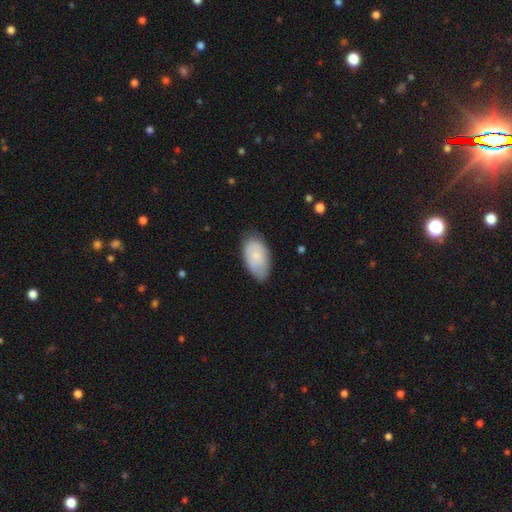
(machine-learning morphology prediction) Q: Smooth or featured?
A: smooth (77%); runner-up: featured or disk (17%)
Q: How rounded?
A: in between (95%); runner-up: round (4%)
Q: Merging?
A: none (71%); runner-up: minor disturbance (24%)